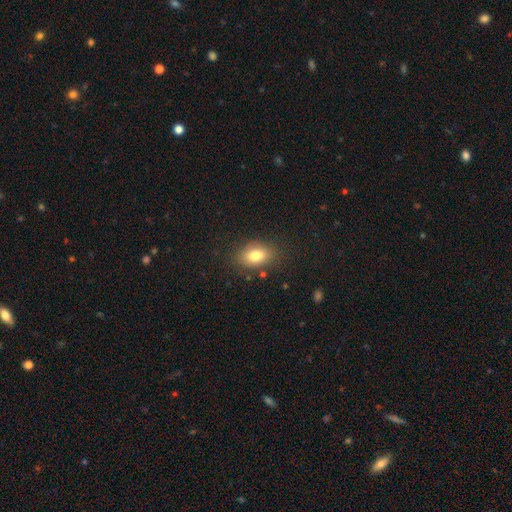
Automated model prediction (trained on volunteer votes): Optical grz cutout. It shows a smooth galaxy with no disk features (79%) that is in between round and cigar-shaped (82%). Merging: none (82%).